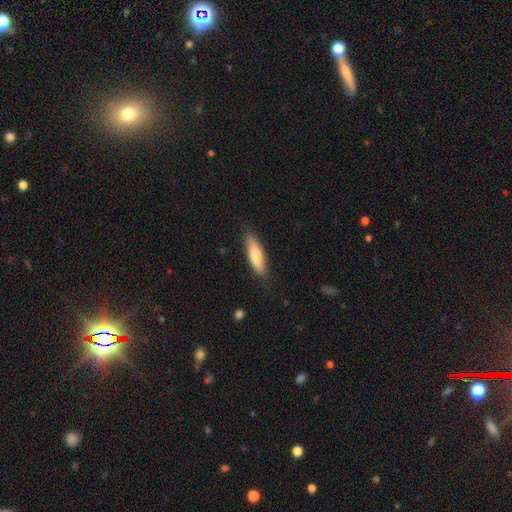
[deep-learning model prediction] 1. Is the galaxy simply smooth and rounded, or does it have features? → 77% smooth, 17% featured or disk, 6% star or artifact.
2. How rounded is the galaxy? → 58% cigar-shaped, 40% in between, 2% round.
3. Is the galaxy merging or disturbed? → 82% none, 14% minor disturbance, 3% major disturbance, 1% merger.